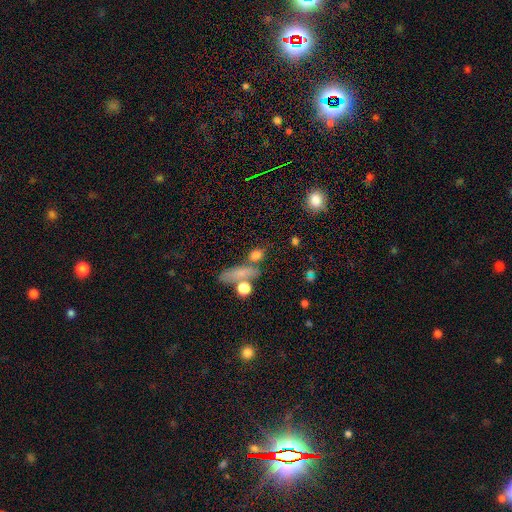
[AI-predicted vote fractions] smooth_or_featured: smooth (p=0.74) [alt: star or artifact p=0.13]
how_rounded: round (p=0.41) [alt: in between p=0.31]
merging: none (p=0.62) [alt: merger p=0.19]